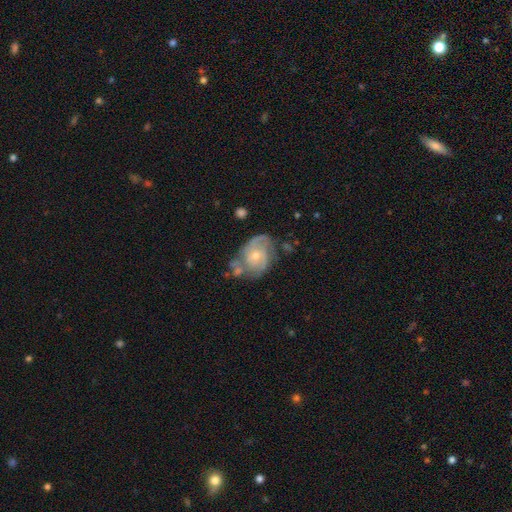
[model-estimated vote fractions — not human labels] featured or disk 73%, smooth 21%, star or artifact 6%. Down the decision tree: edge-on disk — no (97%); bar — no (69%); spiral arms — yes (85%); spiral arm count — 2 (49%); spiral winding — medium (43%); bulge size — moderate (52%); merging — none (47%).